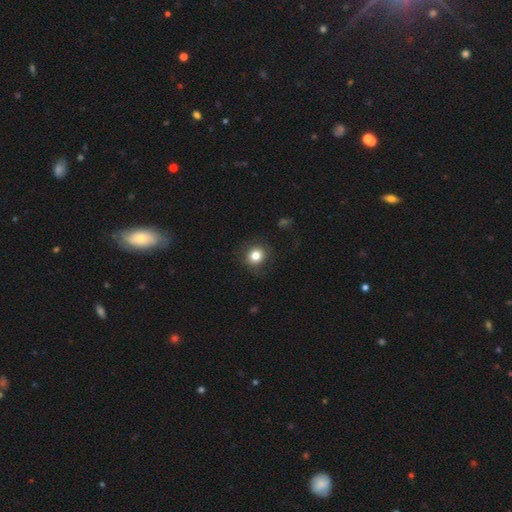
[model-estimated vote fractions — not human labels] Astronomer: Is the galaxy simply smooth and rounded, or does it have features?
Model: smooth — 81%.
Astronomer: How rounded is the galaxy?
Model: round — 84%.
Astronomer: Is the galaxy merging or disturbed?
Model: none — 83%.